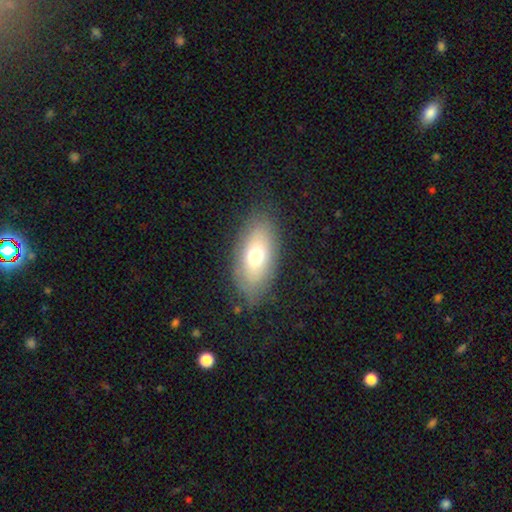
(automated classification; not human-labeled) Q: Smooth or featured?
A: smooth (66%); runner-up: featured or disk (24%)
Q: How rounded?
A: in between (89%); runner-up: round (7%)
Q: Merging?
A: none (79%); runner-up: minor disturbance (14%)